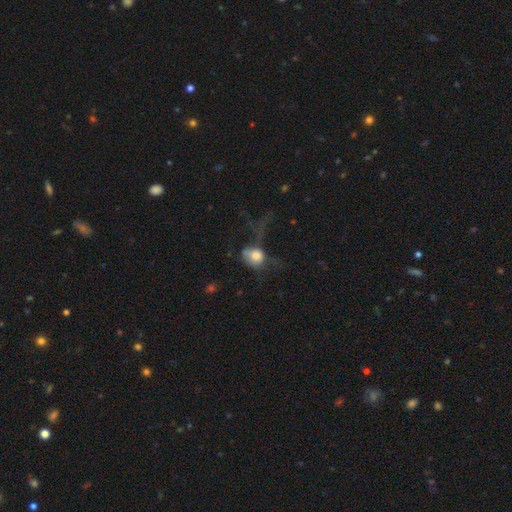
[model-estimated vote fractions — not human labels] smooth 68%, featured or disk 20%, star or artifact 12%. Down the decision tree: how rounded — round (58%); merging — major disturbance (50%).